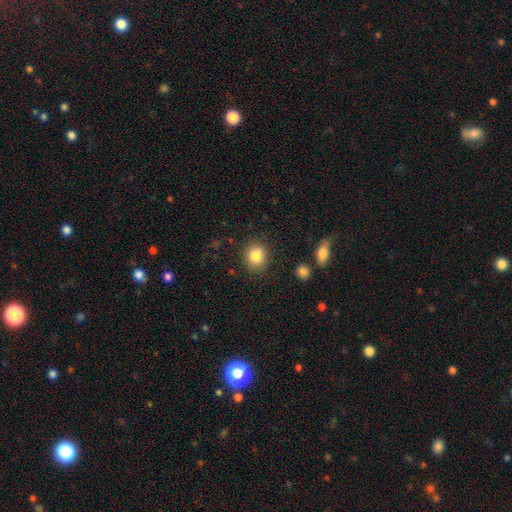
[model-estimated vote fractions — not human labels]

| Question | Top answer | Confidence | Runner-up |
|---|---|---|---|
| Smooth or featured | smooth | 85% | star or artifact (9%) |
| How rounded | round | 64% | in between (35%) |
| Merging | none | 85% | minor disturbance (10%) |